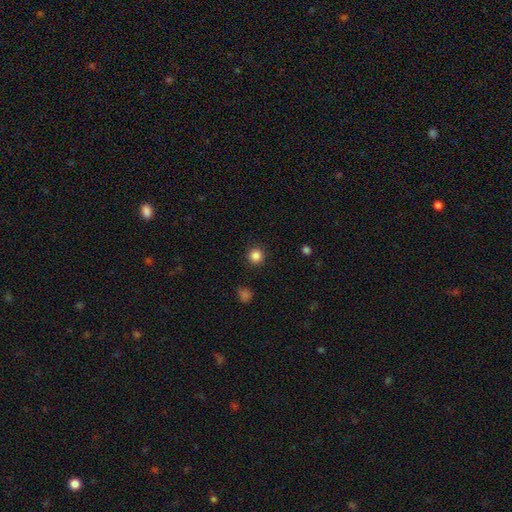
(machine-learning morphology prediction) Overall: smooth (86%). How rounded: round (95%). Merging: none (92%).